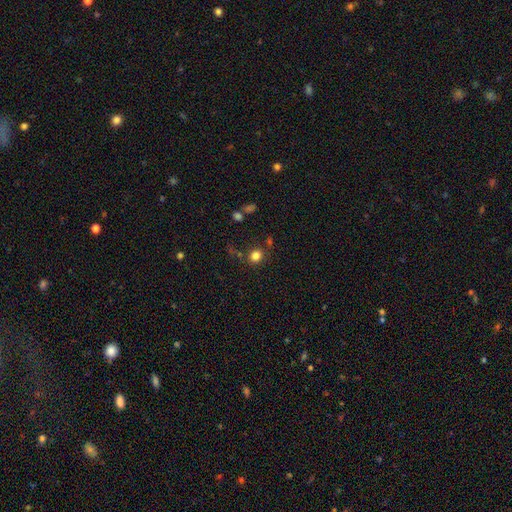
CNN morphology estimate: type=smooth (81%); roundness=round (80%); merging=none (79%).